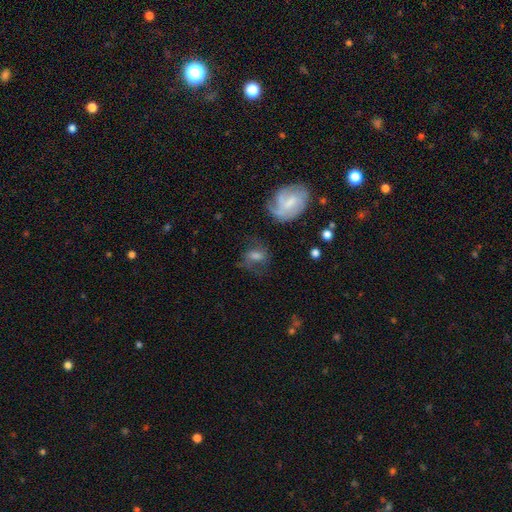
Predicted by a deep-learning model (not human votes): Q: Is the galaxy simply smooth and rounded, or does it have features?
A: featured or disk — 46%.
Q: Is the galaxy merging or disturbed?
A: none — 55%.